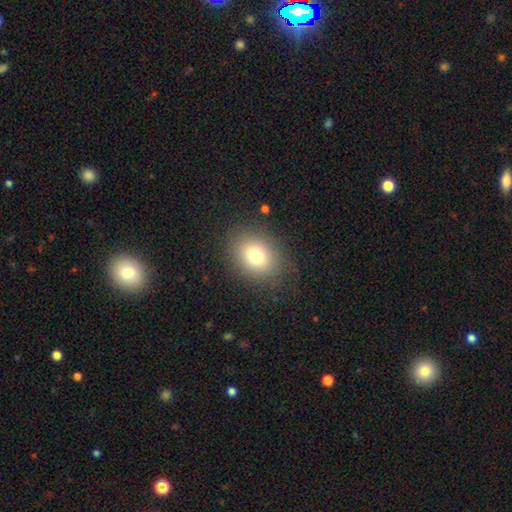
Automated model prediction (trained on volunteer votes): Smooth or featured? smooth (76%)
How rounded? in between (51%)
Merging? none (83%)